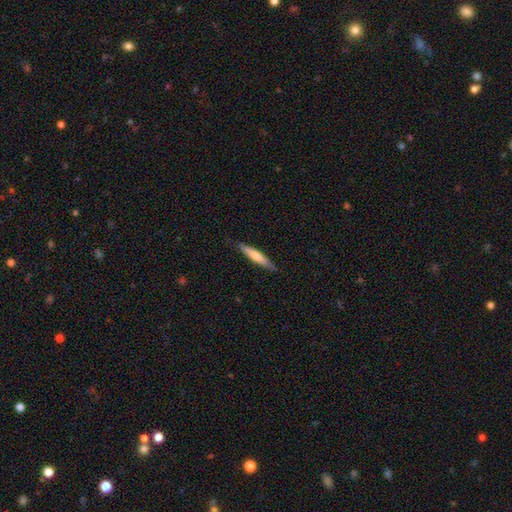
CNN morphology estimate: type=smooth (63%); roundness=cigar-shaped (91%); merging=none (86%).